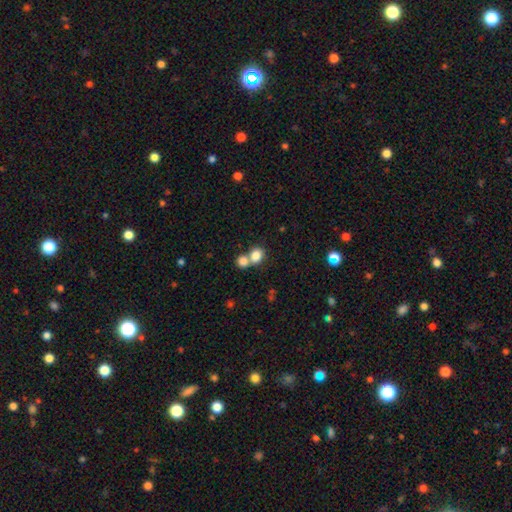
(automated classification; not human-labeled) Smooth or featured?
  - smooth: 81% *
  - star or artifact: 10%
  - featured or disk: 9%
How rounded?
  - round: 59% *
  - in between: 40%
  - cigar-shaped: 1%
Merging?
  - merger: 53% *
  - none: 37%
  - minor disturbance: 7%
  - major disturbance: 3%